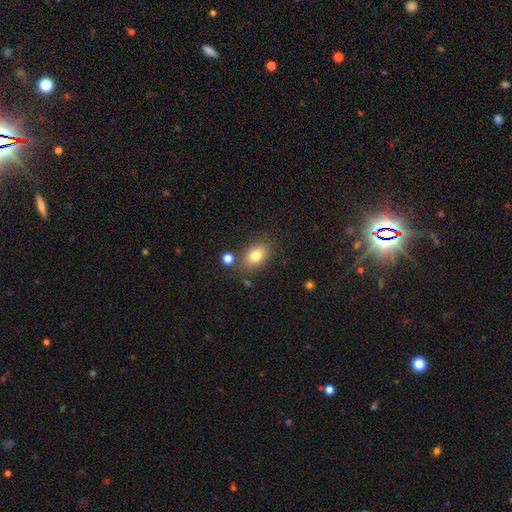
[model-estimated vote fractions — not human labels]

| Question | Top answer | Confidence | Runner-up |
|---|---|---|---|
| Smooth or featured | smooth | 80% | featured or disk (11%) |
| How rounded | in between | 80% | round (18%) |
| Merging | none | 76% | minor disturbance (13%) |